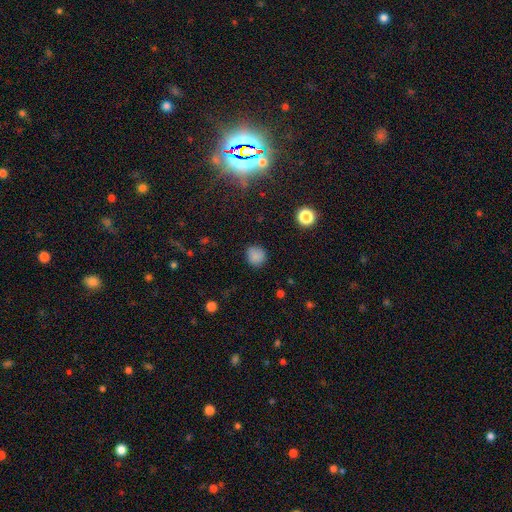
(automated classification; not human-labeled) Overall: smooth (83%). How rounded: round (84%). Merging: none (82%).